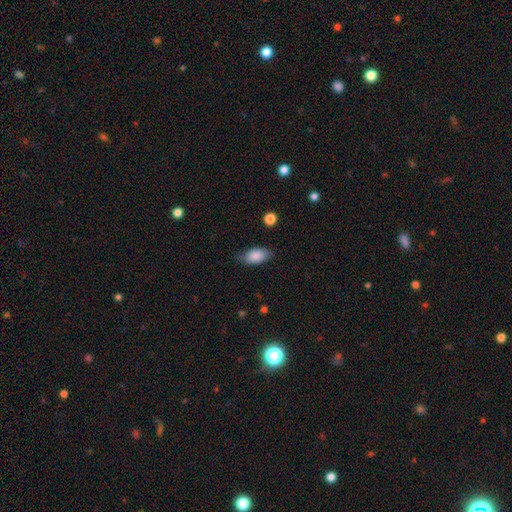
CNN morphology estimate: smooth-or-featured: smooth: 84% | featured or disk: 9% | star or artifact: 7%
  how-rounded: in between: 91% | round: 5% | cigar-shaped: 4%
  merging: none: 71% | minor disturbance: 23% | major disturbance: 5% | merger: 1%